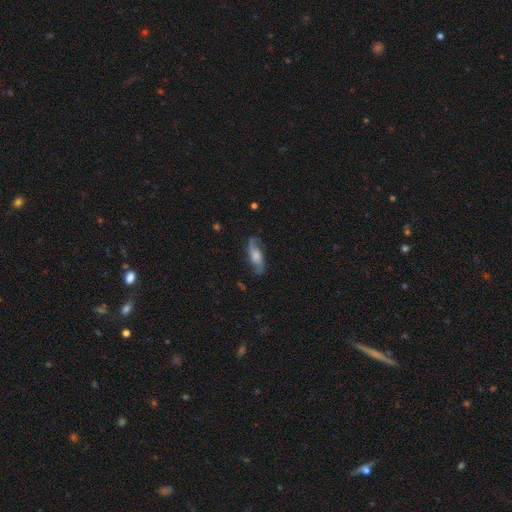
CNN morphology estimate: A featured or disk galaxy (68%) with no bar (61%), 2 (87%) loose (54%) spiral arms (92%) and a moderate central bulge (33%).

Vote fractions:
- Smooth or featured? featured or disk: 68% / smooth: 25% / star or artifact: 7%
- Edge-on disk? no: 87% / yes: 13%
- Bar? no: 61% / weak: 31% / strong: 8%
- Spiral arms? yes: 92% / no: 8%
- Spiral winding? loose: 54% / medium: 34% / tight: 12%
- Spiral arm count? 2: 87% / can't tell: 6% / 1: 3% / 3: 2% / 4: 1% / more than 4: 1%
- Bulge size? moderate: 33% / small: 24% / large: 22% / none: 18% / dominant: 3%
- Merging? none: 73% / minor disturbance: 18% / major disturbance: 7% / merger: 2%